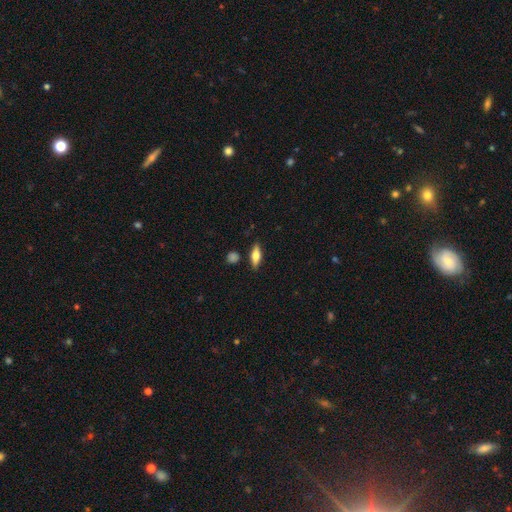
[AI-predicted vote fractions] Morphology: type=smooth (52%); roundness=in between (55%); merging=none (84%).